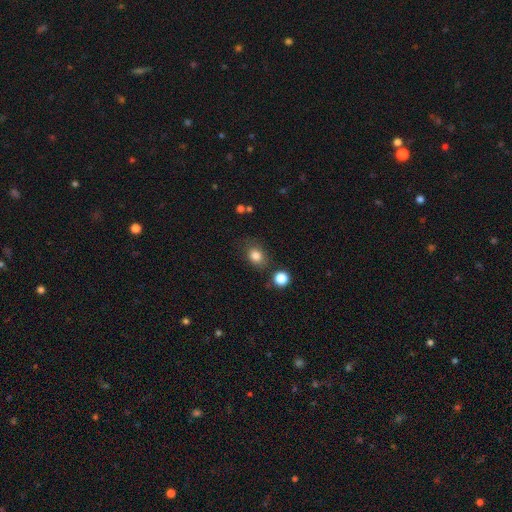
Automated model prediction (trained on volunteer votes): This is clearly a smooth galaxy (83%). How rounded: possibly in between (57%). Merging: likely none (74%).